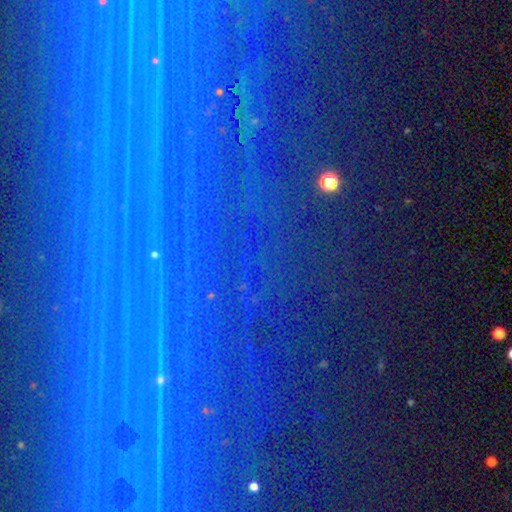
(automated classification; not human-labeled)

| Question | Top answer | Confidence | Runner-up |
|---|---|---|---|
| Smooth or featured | star or artifact | 85% | featured or disk (8%) |